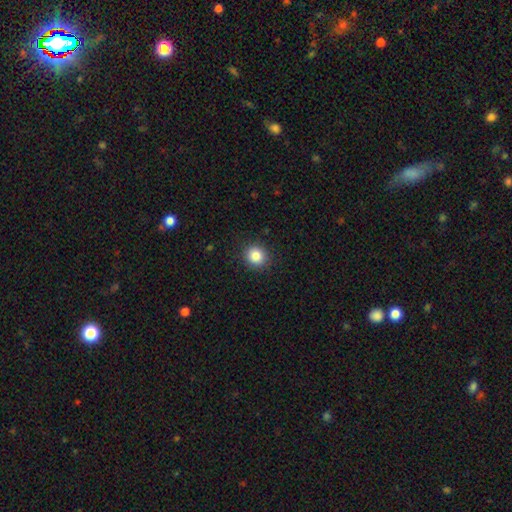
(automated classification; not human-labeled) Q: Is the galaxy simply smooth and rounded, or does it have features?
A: smooth — 84%.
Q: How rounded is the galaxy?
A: round — 89%.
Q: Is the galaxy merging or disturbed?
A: none — 90%.